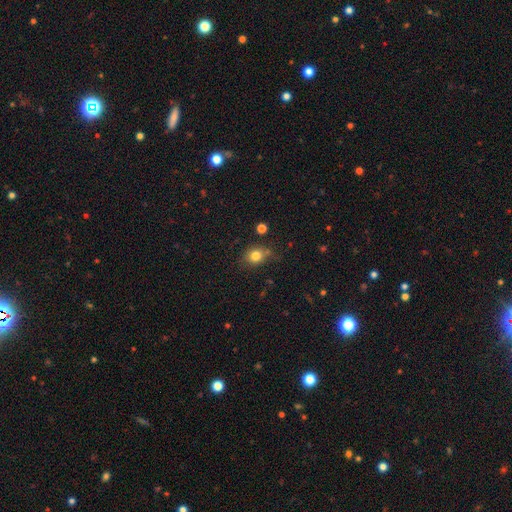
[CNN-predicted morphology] Q: Smooth or featured?
A: smooth (80%); runner-up: star or artifact (12%)
Q: How rounded?
A: round (65%); runner-up: in between (34%)
Q: Merging?
A: none (69%); runner-up: minor disturbance (20%)